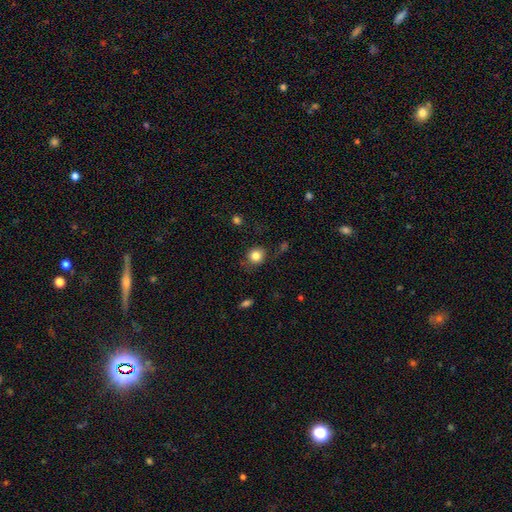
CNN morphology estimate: smooth_or_featured: smooth (p=0.82) [alt: star or artifact p=0.11]
how_rounded: round (p=0.83) [alt: in between p=0.16]
merging: none (p=0.77) [alt: minor disturbance p=0.16]